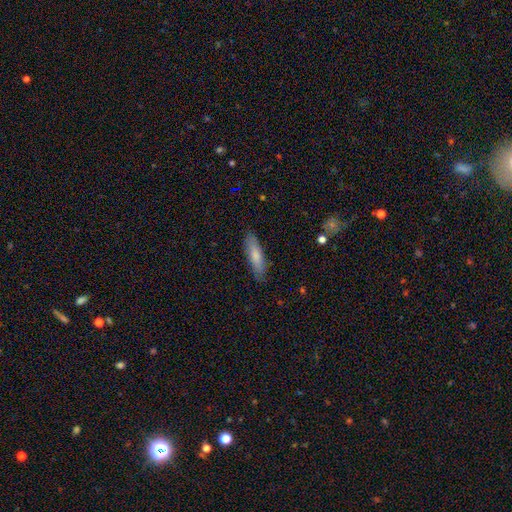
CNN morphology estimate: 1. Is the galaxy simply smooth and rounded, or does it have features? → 76% smooth, 18% featured or disk, 6% star or artifact.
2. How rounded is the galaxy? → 66% cigar-shaped, 32% in between, 1% round.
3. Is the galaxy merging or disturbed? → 86% none, 11% minor disturbance, 2% major disturbance, 1% merger.